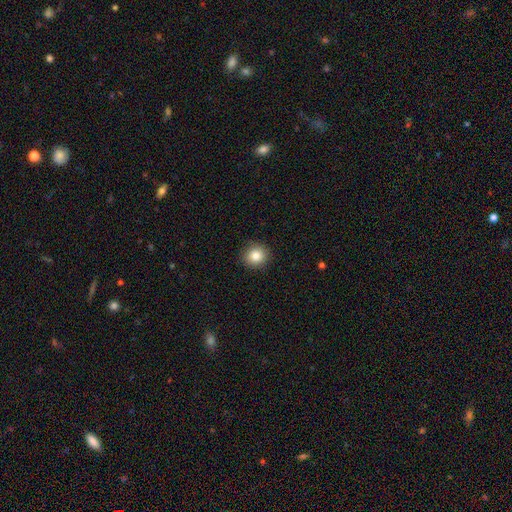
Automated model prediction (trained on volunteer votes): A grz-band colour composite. It shows a smooth galaxy with no disk features (84%) that is round (88%). Merging: none (91%).